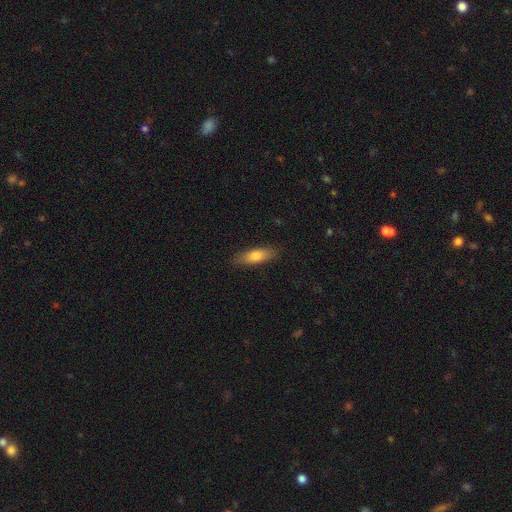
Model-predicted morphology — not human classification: Smooth or featured?
  - smooth: 77% *
  - featured or disk: 17%
  - star or artifact: 6%
How rounded?
  - in between: 53% *
  - cigar-shaped: 45%
  - round: 2%
Merging?
  - none: 86% *
  - minor disturbance: 11%
  - major disturbance: 2%
  - merger: 1%